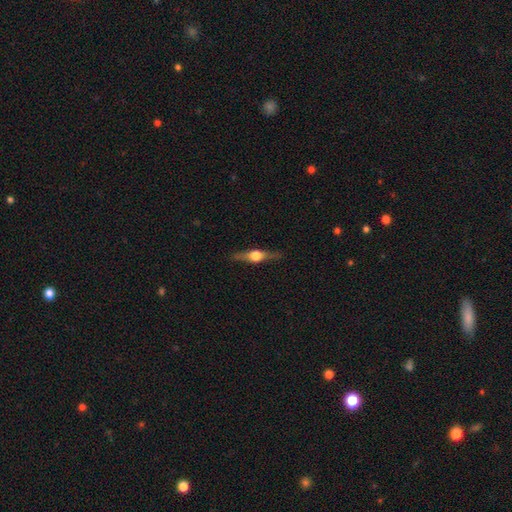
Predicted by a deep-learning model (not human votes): Overall: featured or disk (78%). Edge-on disk: yes (97%). Edge-on bulge: rounded (94%). Merging: none (88%).